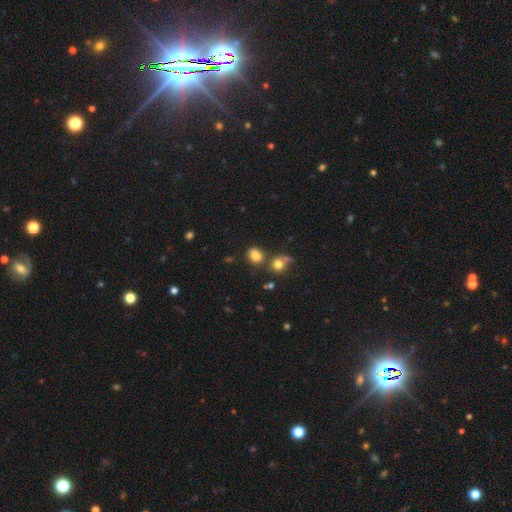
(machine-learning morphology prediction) smooth_or_featured: smooth (p=0.81) [alt: star or artifact p=0.13]
how_rounded: in between (p=0.54) [alt: round p=0.45]
merging: none (p=0.64) [alt: merger p=0.19]